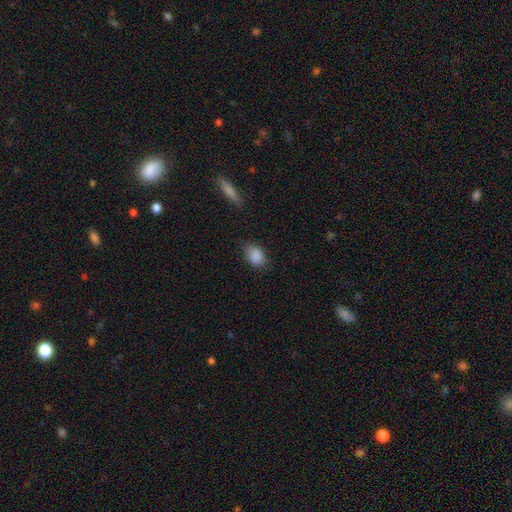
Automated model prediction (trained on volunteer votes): The model was most divided on "merging": none: 73%, minor disturbance: 21%, major disturbance: 4%, merger: 1%. More confident: smooth or featured — smooth (87%); how rounded — in between (77%).